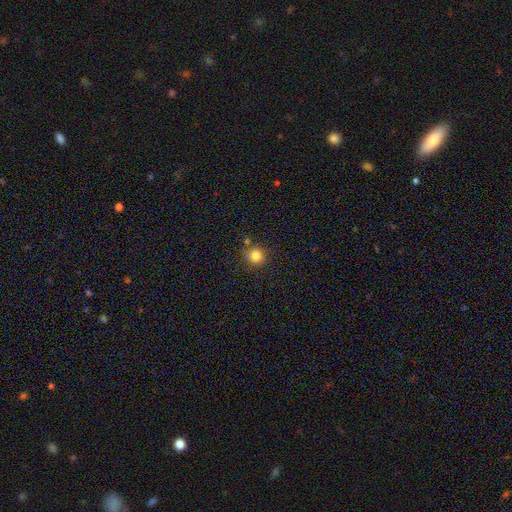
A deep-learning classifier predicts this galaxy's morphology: Smooth or featured? Predicted: smooth (p=0.82). How rounded? Predicted: round (p=0.91). Merging? Predicted: none (p=0.77).